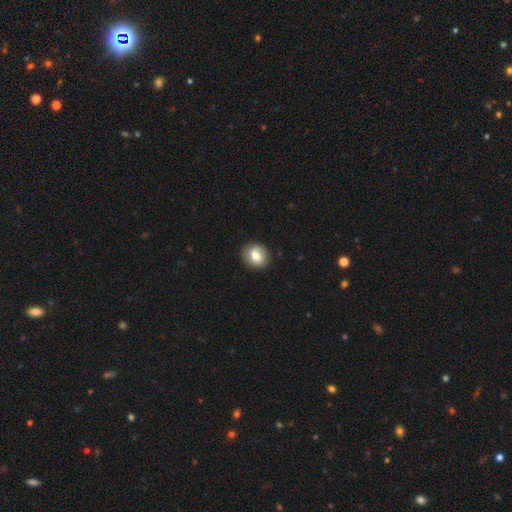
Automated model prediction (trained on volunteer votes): A smooth galaxy with no disk features (76%) that is round (69%).

Vote fractions:
- Smooth or featured? smooth: 76% / featured or disk: 16% / star or artifact: 8%
- How rounded? round: 69% / in between: 30% / cigar-shaped: 1%
- Merging? none: 87% / minor disturbance: 9% / major disturbance: 2% / merger: 1%